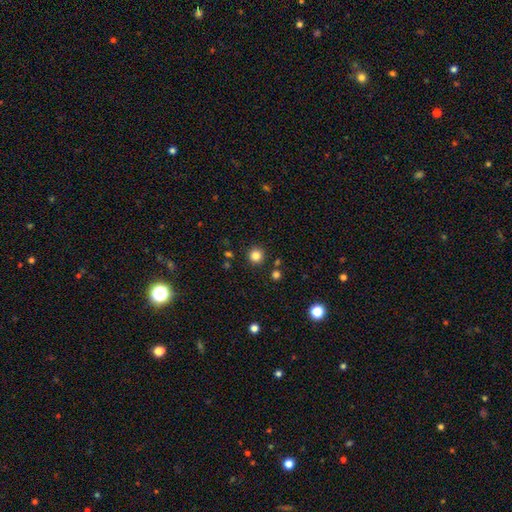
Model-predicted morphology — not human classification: Smooth or featured?
  - smooth: 83% *
  - star or artifact: 13%
  - featured or disk: 4%
How rounded?
  - round: 94% *
  - in between: 5%
  - cigar-shaped: 1%
Merging?
  - none: 90% *
  - minor disturbance: 6%
  - merger: 3%
  - major disturbance: 2%